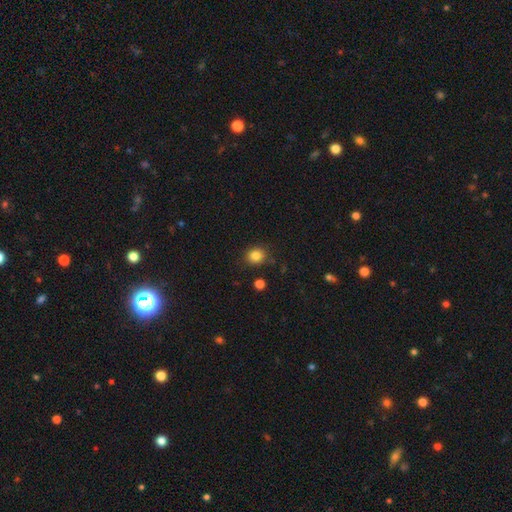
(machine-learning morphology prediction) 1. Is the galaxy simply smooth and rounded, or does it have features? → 84% smooth, 11% star or artifact, 5% featured or disk.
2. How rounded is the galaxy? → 81% round, 18% in between, 1% cigar-shaped.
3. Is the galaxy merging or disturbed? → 84% none, 10% minor disturbance, 3% merger, 3% major disturbance.